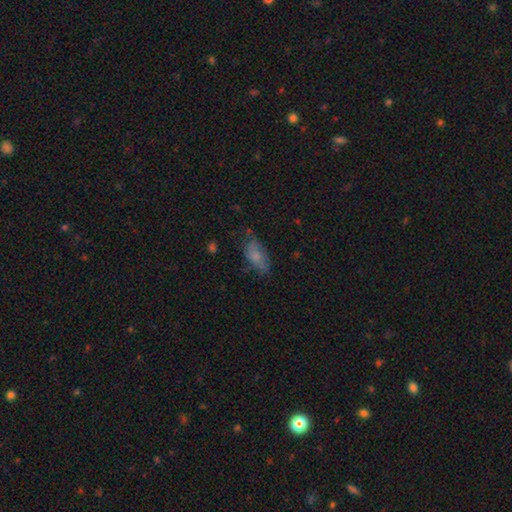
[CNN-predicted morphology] Smooth or featured?
  - smooth: 71% *
  - featured or disk: 20%
  - star or artifact: 9%
How rounded?
  - in between: 88% *
  - cigar-shaped: 9%
  - round: 3%
Merging?
  - none: 55% *
  - minor disturbance: 30%
  - major disturbance: 12%
  - merger: 3%